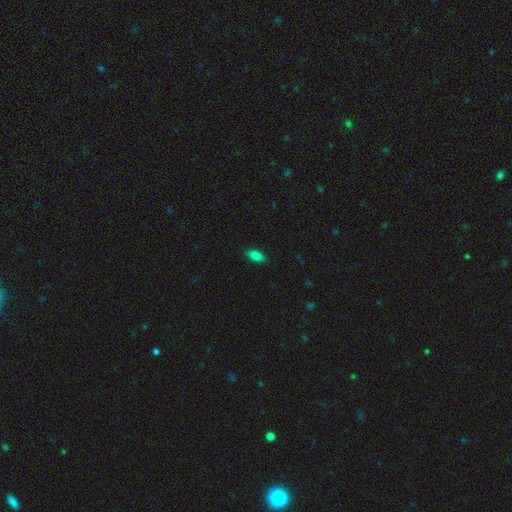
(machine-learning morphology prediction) Smooth or featured?
  - smooth: 81% *
  - star or artifact: 9%
  - featured or disk: 9%
How rounded?
  - in between: 88% *
  - cigar-shaped: 7%
  - round: 4%
Merging?
  - none: 87% *
  - minor disturbance: 10%
  - major disturbance: 2%
  - merger: 1%